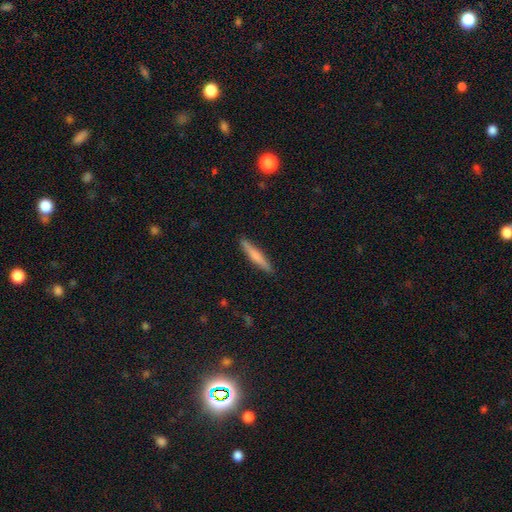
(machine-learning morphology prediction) This is likely a smooth galaxy (63%). How rounded: clearly cigar-shaped (93%). Merging: clearly none (91%).